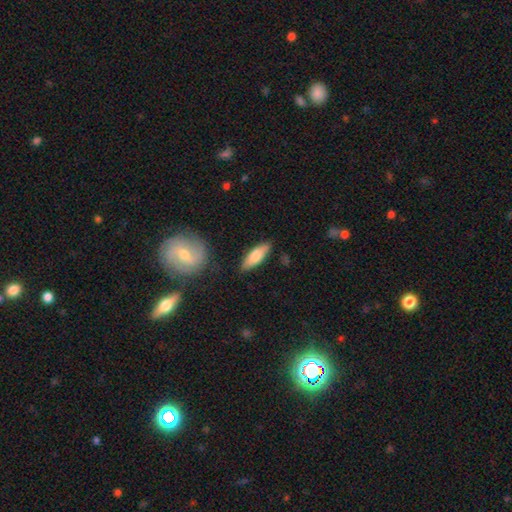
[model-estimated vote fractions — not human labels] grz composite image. It shows a smooth galaxy with no disk features (73%) that is in between round and cigar-shaped (55%). Merging: none (83%).